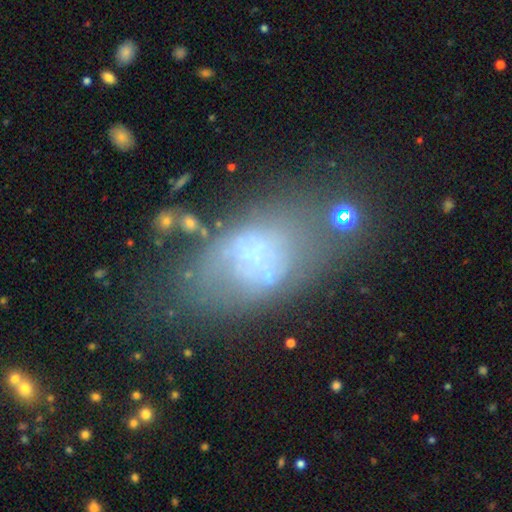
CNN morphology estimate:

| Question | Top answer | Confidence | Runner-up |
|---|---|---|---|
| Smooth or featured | featured or disk | 45% | smooth (37%) |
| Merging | none | 42% | major disturbance (26%) |